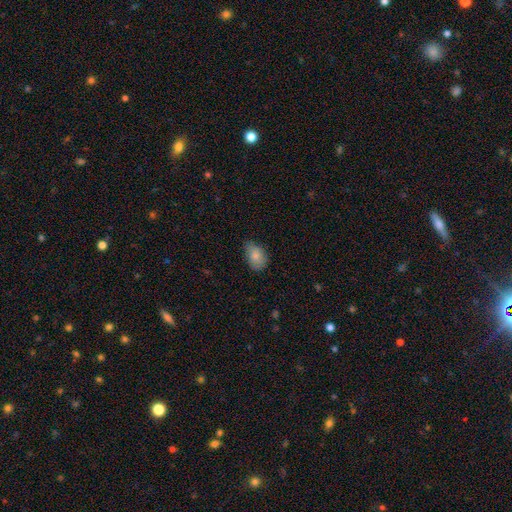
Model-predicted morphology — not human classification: The model was most divided on "merging": none: 58%, minor disturbance: 34%, major disturbance: 6%, merger: 1%. More confident: how rounded — in between (86%); smooth or featured — smooth (82%).